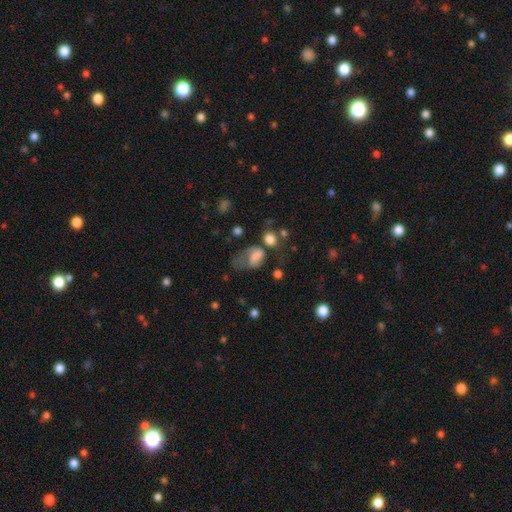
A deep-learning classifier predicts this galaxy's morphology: smooth 66%, featured or disk 20%, star or artifact 14%. Down the decision tree: how rounded — in between (74%); merging — major disturbance (48%).